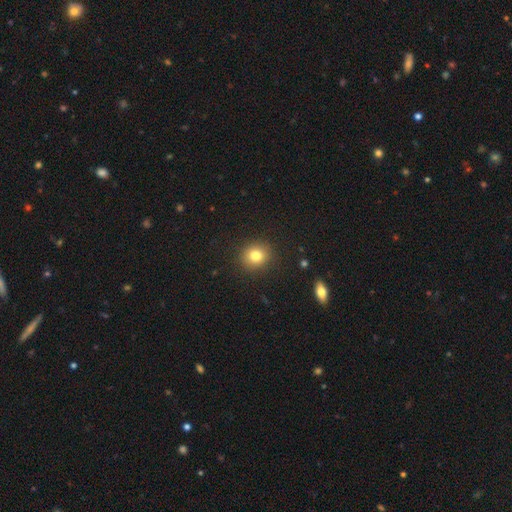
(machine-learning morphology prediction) Smooth or featured?
  - smooth: 80% *
  - star or artifact: 12%
  - featured or disk: 8%
How rounded?
  - round: 79% *
  - in between: 20%
  - cigar-shaped: 1%
Merging?
  - none: 90% *
  - minor disturbance: 7%
  - major disturbance: 2%
  - merger: 1%